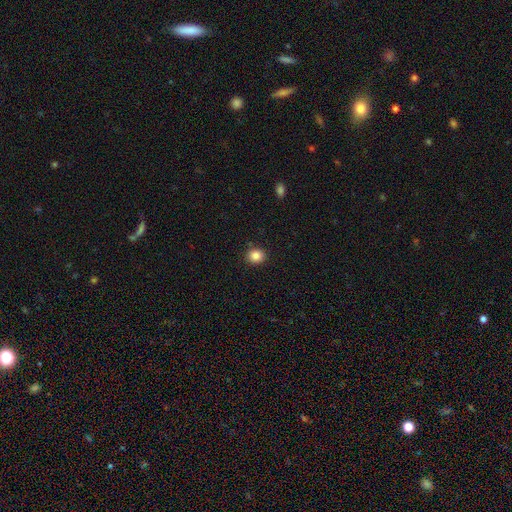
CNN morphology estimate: This is clearly a smooth galaxy (86%). How rounded: likely round (78%). Merging: clearly none (90%).